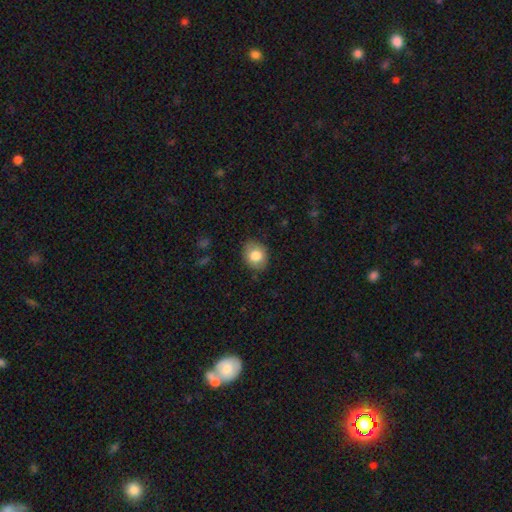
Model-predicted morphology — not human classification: smooth_or_featured: smooth (p=0.81) [alt: featured or disk p=0.11]
how_rounded: round (p=0.51) [alt: in between p=0.48]
merging: none (p=0.84) [alt: minor disturbance p=0.12]